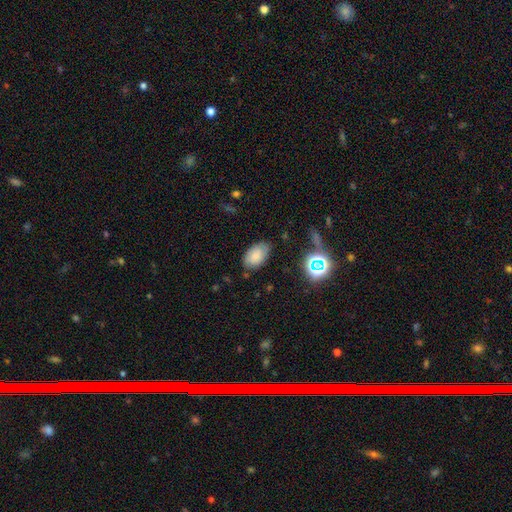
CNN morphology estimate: The model was most divided on "merging": none: 75%, minor disturbance: 19%, major disturbance: 4%, merger: 2%. More confident: how rounded — in between (92%); smooth or featured — smooth (76%).